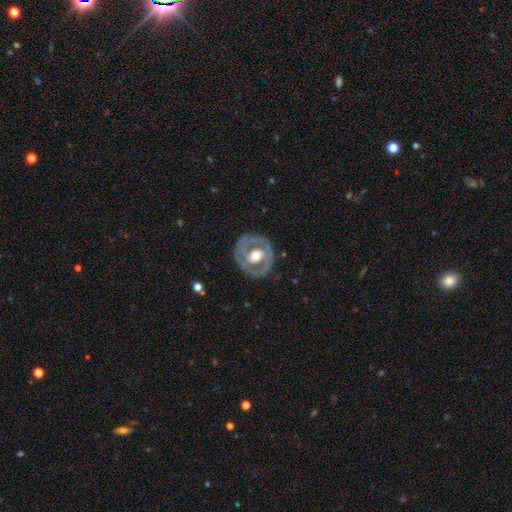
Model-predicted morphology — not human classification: Smooth or featured? featured or disk (72%)
Edge-on disk? no (96%)
Bar? no (60%)
Spiral arms? no (59%)
Bulge size? moderate (62%)
Merging? none (78%)